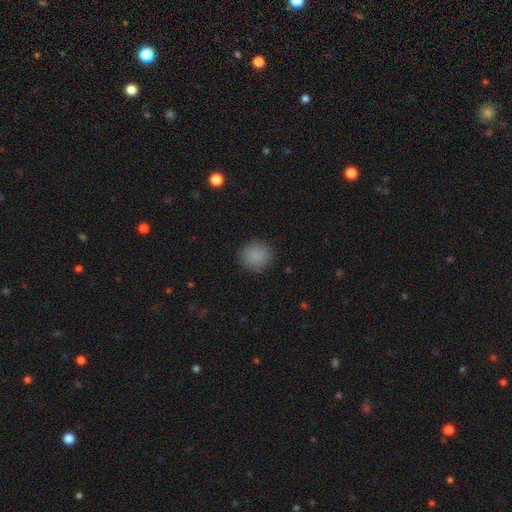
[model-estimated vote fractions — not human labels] Smooth or featured?
  - smooth: 87% *
  - star or artifact: 9%
  - featured or disk: 4%
How rounded?
  - round: 86% *
  - in between: 13%
  - cigar-shaped: 1%
Merging?
  - none: 88% *
  - minor disturbance: 8%
  - major disturbance: 3%
  - merger: 1%